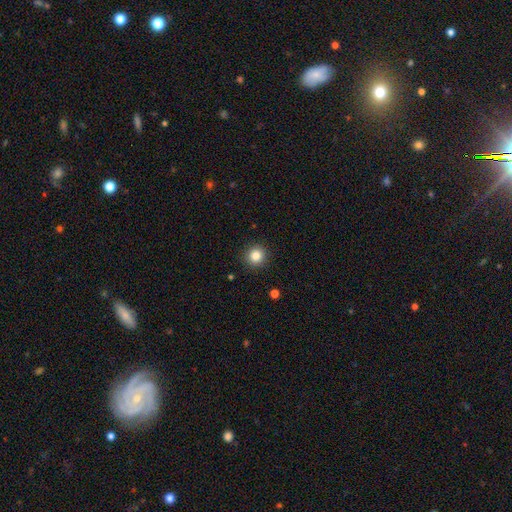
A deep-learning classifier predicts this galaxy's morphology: smooth-or-featured: smooth: 85% | star or artifact: 11% | featured or disk: 4%
  how-rounded: round: 94% | in between: 5% | cigar-shaped: 1%
  merging: none: 92% | minor disturbance: 5% | major disturbance: 2% | merger: 1%